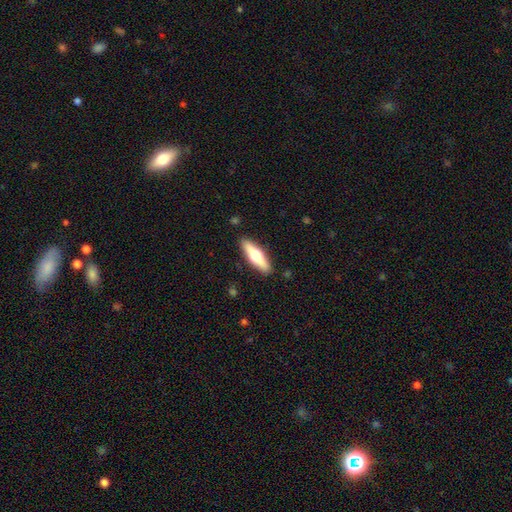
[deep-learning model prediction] Morphology: type=featured or disk (48%); merging=none (89%).